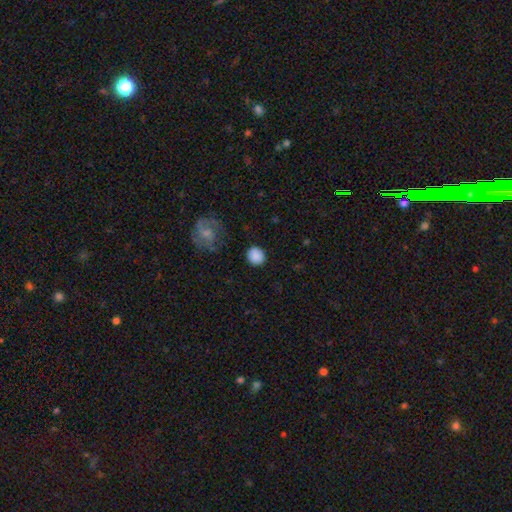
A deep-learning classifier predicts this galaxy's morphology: A smooth galaxy with no disk features (86%) that is round (85%). Merging: none (86%).